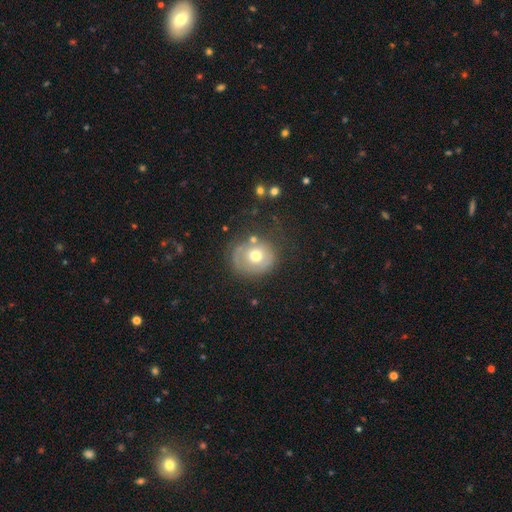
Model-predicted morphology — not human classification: This appears to be a smooth galaxy with no disk features (52%) that is round (77%). Merging: none (60%).